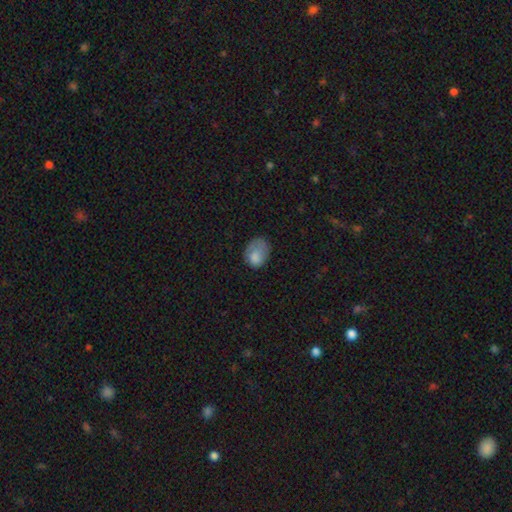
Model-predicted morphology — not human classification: smooth-or-featured: smooth: 79% | featured or disk: 13% | star or artifact: 8%
  how-rounded: in between: 64% | round: 35% | cigar-shaped: 1%
  merging: none: 44% | minor disturbance: 34% | major disturbance: 21% | merger: 2%